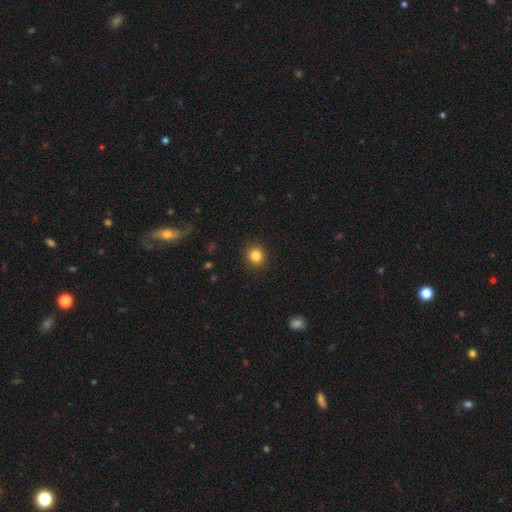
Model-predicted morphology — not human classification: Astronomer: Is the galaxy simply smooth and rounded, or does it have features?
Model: smooth — 85%.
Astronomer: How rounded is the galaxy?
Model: round — 86%.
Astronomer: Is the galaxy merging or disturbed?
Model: none — 91%.